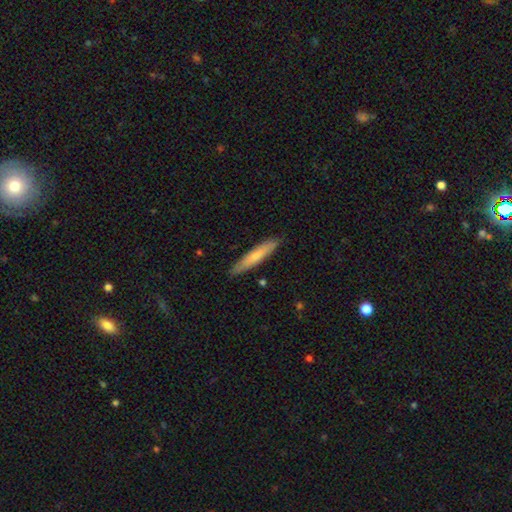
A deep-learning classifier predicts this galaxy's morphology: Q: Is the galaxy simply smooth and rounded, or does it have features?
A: smooth — 68%.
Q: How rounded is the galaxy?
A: cigar-shaped — 91%.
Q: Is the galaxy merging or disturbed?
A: none — 88%.